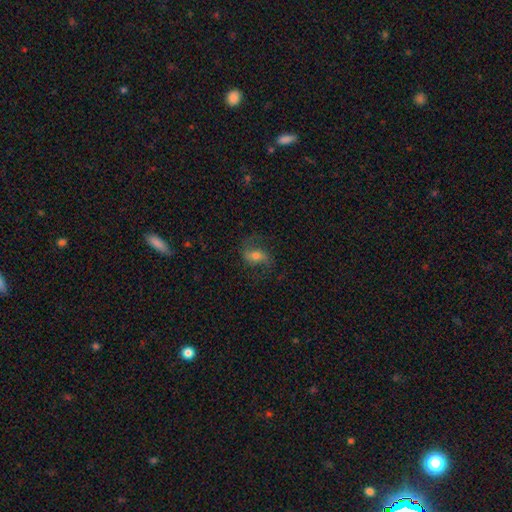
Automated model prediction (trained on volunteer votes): This is likely a featured or disk galaxy (62%). It is clearly not viewed edge-on (95%). Bar: marginally weak (39%). Spiral arm pattern: clearly yes (88%). Spiral arm count: clearly 2 (86%). Spiral winding: possibly loose (53%). Central bulge: possibly moderate (59%). Merging: likely none (69%).